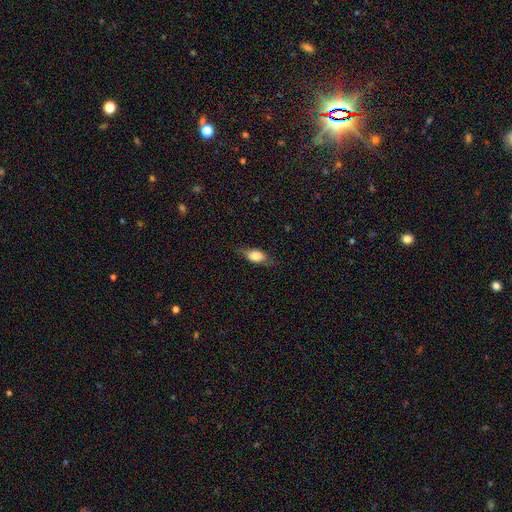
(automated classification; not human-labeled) smooth-or-featured: smooth: 71% | featured or disk: 21% | star or artifact: 8%
  how-rounded: in between: 78% | cigar-shaped: 12% | round: 9%
  merging: none: 72% | minor disturbance: 20% | major disturbance: 6% | merger: 1%